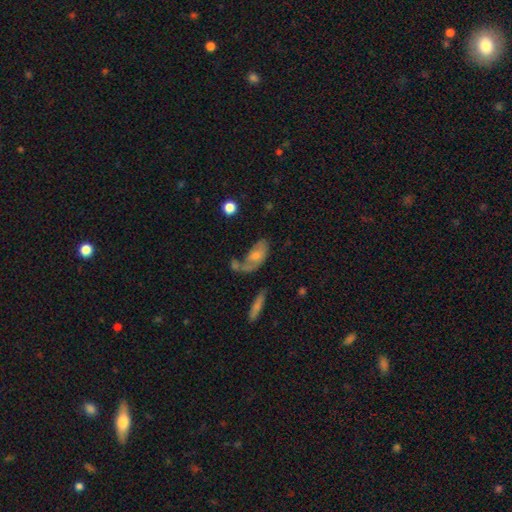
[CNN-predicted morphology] type=smooth (48%); merging=none (32%).